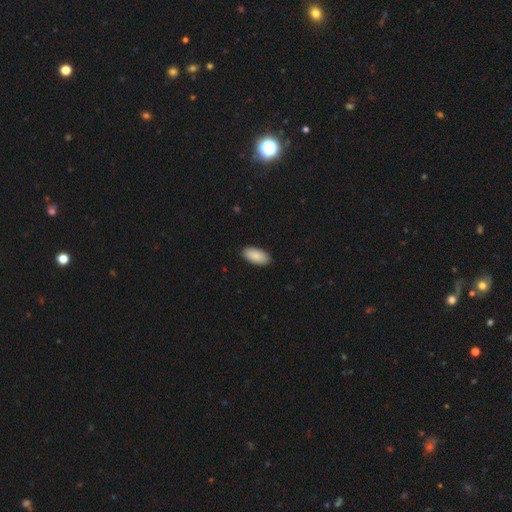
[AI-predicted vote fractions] smooth-or-featured: smooth: 89% | star or artifact: 6% | featured or disk: 5%
  how-rounded: in between: 94% | cigar-shaped: 4% | round: 2%
  merging: none: 90% | minor disturbance: 8% | major disturbance: 2% | merger: 1%